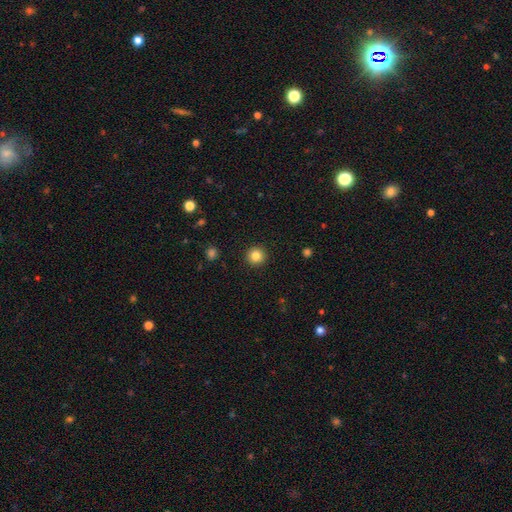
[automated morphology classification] The model was most divided on "smooth or featured": smooth: 84%, star or artifact: 11%, featured or disk: 5%. More confident: how rounded — round (95%); merging — none (93%).